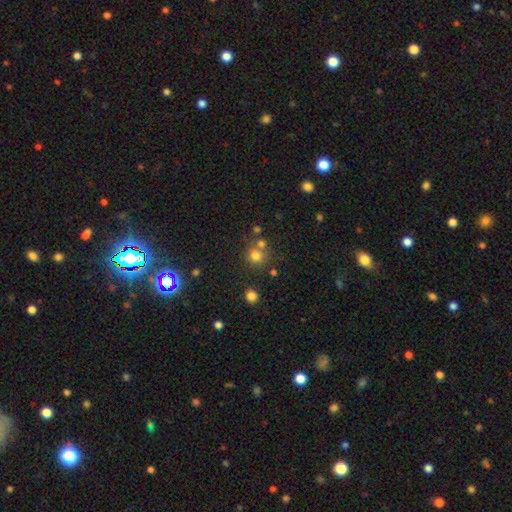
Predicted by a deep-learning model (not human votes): This is likely a smooth galaxy (74%). How rounded: clearly round (88%). Merging: likely none (61%).